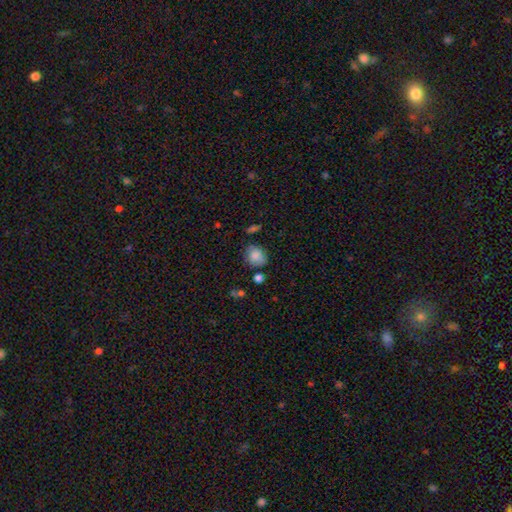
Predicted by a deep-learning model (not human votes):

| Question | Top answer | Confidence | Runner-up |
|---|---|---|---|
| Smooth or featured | smooth | 82% | star or artifact (9%) |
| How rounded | round | 53% | in between (46%) |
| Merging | none | 65% | minor disturbance (23%) |